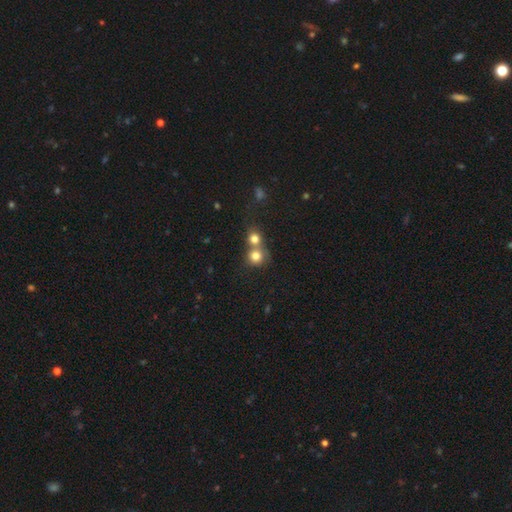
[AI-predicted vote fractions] Smooth or featured? Predicted: smooth (p=0.79). How rounded? Predicted: round (p=0.86). Merging? Predicted: merger (p=0.53).